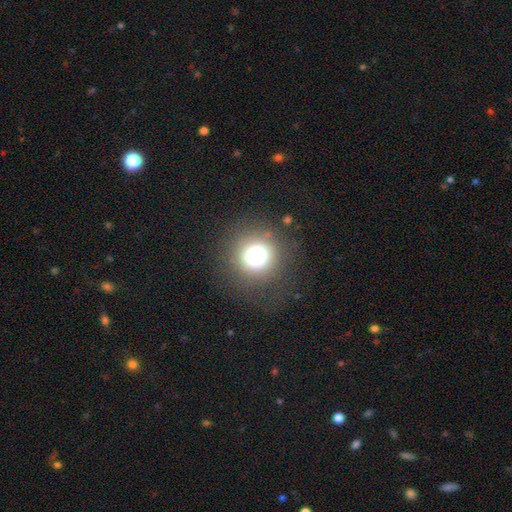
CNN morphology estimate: Smooth or featured? Predicted: smooth (p=0.73). How rounded? Predicted: round (p=0.95). Merging? Predicted: none (p=0.82).